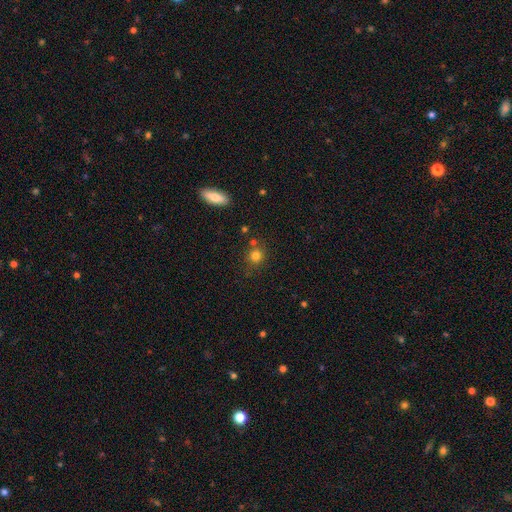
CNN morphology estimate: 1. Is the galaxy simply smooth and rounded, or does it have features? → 78% smooth, 15% star or artifact, 7% featured or disk.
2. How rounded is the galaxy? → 87% round, 12% in between, 1% cigar-shaped.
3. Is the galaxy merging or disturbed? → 77% none, 11% minor disturbance, 9% merger, 3% major disturbance.